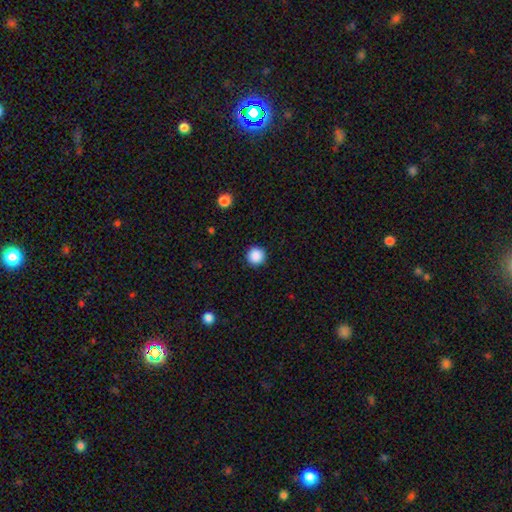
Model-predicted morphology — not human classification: This is clearly a smooth galaxy (89%). How rounded: clearly round (96%). Merging: clearly none (92%).